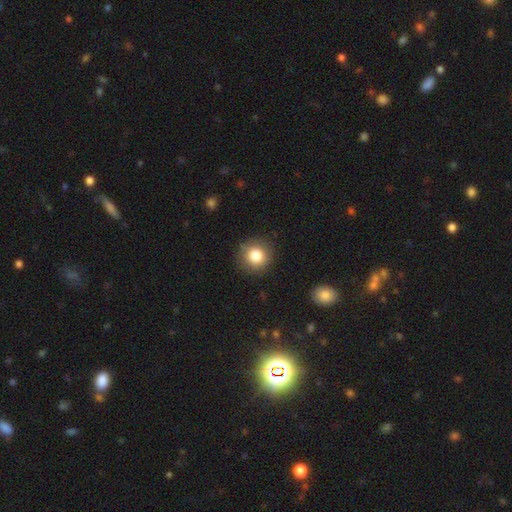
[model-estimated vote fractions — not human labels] Smooth or featured: smooth — 82% (star or artifact — 10%)
How rounded: round — 93% (in between — 6%)
Merging: none — 88% (minor disturbance — 8%)